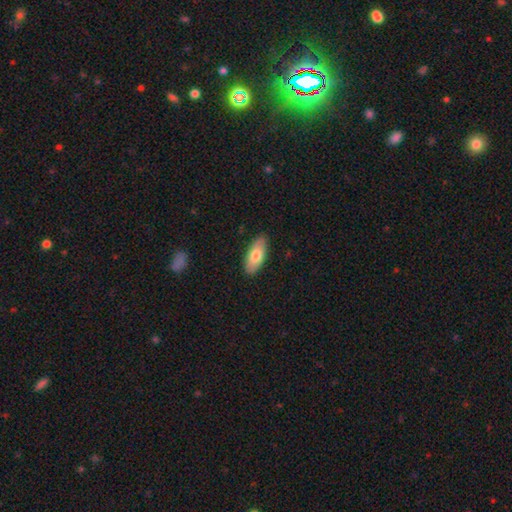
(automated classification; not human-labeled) Smooth or featured? Predicted: smooth (p=0.74). How rounded? Predicted: in between (p=0.85). Merging? Predicted: none (p=0.87).